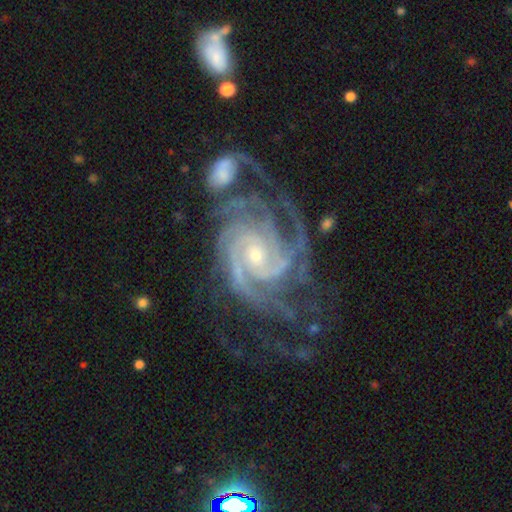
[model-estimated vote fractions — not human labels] smooth_or_featured: featured or disk (p=0.93) [alt: star or artifact p=0.04]
disk_edge_on: no (p=0.98) [alt: yes p=0.02]
bar: no (p=0.64) [alt: weak p=0.25]
has_spiral_arms: yes (p=0.99) [alt: no p=0.01]
spiral_winding: tight (p=0.68) [alt: medium p=0.27]
spiral_arm_count: 3 (p=0.26) [alt: 4 p=0.23]
bulge_size: small (p=0.64) [alt: moderate p=0.32]
merging: none (p=0.50) [alt: major disturbance p=0.20]